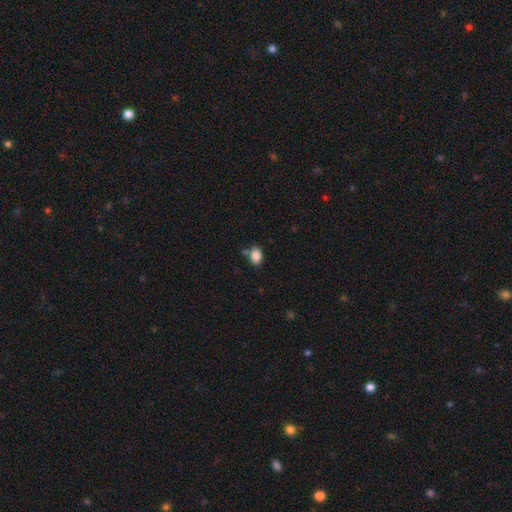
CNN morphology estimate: Smooth or featured? smooth (86%)
How rounded? in between (84%)
Merging? none (71%)